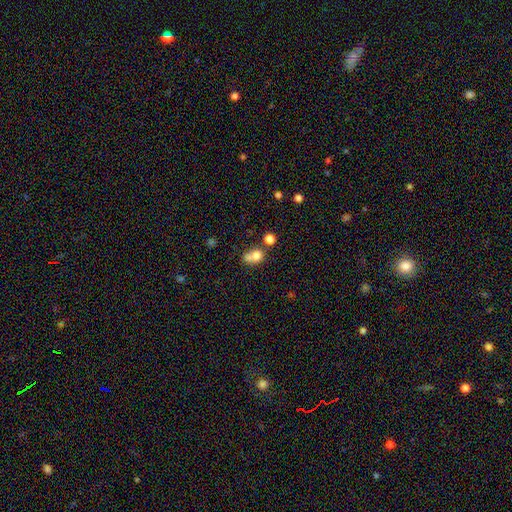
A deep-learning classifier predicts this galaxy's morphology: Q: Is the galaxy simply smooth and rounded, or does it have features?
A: smooth — 74%.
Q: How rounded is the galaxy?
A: round — 60%.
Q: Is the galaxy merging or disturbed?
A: merger — 52%.